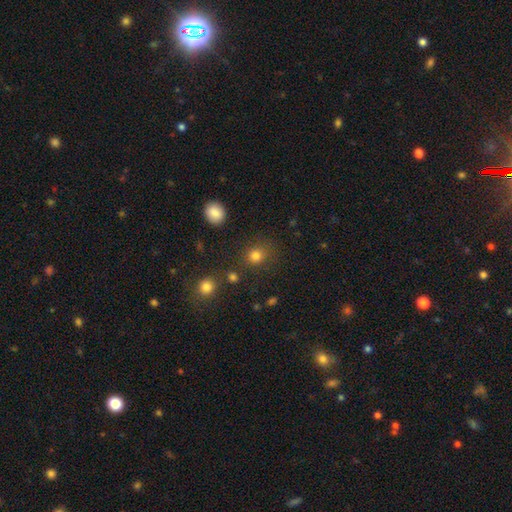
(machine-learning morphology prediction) type=smooth (80%); roundness=round (83%); merging=none (77%).